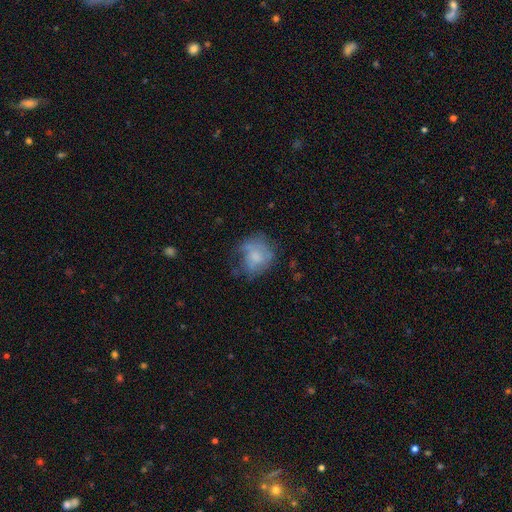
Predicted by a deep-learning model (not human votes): Overall: smooth (54%; featured or disk 36%). How rounded: round (64%; in between 35%). Merging: none (42%; major disturbance 28%).